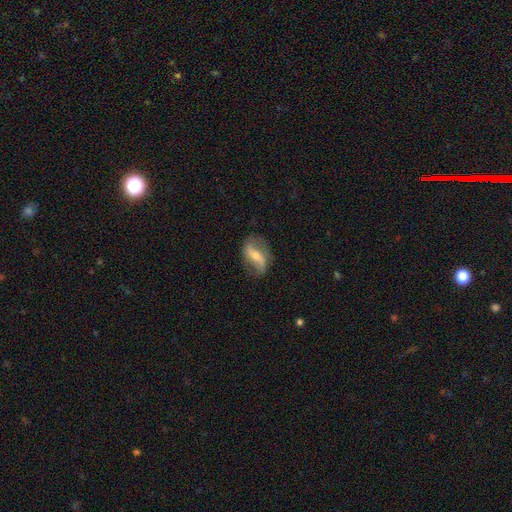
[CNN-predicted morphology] A featured or disk galaxy (71%) with a strong bar (42%), 2 (89%) loose (73%) spiral arms (88%) and a small central bulge (45%).

Vote fractions:
- Smooth or featured? featured or disk: 71% / smooth: 22% / star or artifact: 7%
- Edge-on disk? no: 93% / yes: 7%
- Bar? strong: 42% / weak: 36% / no: 22%
- Spiral arms? yes: 88% / no: 12%
- Spiral winding? loose: 73% / medium: 19% / tight: 8%
- Spiral arm count? 2: 89% / can't tell: 4% / 1: 4% / 3: 1% / 4: 1% / more than 4: 1%
- Bulge size? small: 45% / moderate: 42% / none: 7% / large: 5% / dominant: 1%
- Merging? none: 73% / minor disturbance: 18% / major disturbance: 7% / merger: 2%